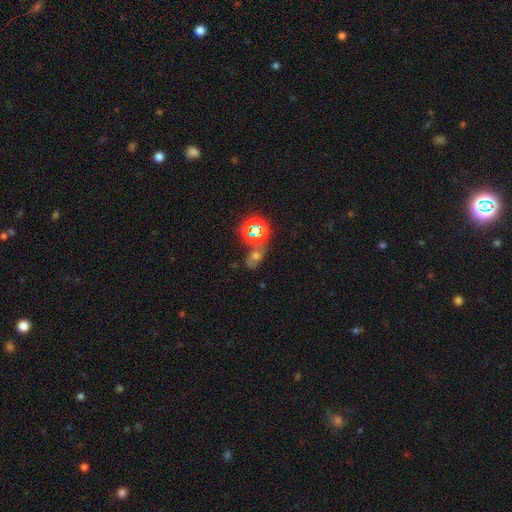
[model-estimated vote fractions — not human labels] Smooth or featured: smooth — 41% (tied with star or artifact — 41%)
Merging: none — 53% (merger — 21%)